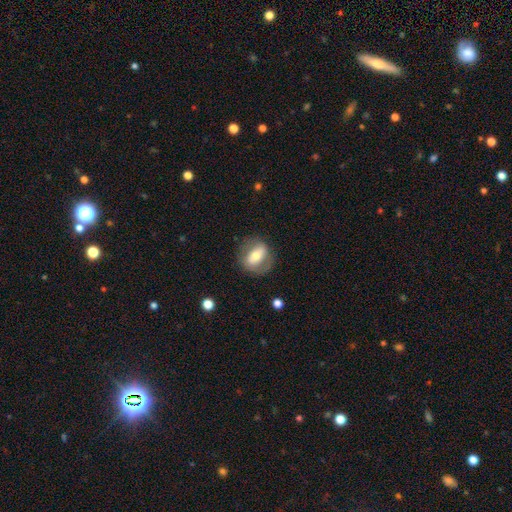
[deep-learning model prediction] A smooth galaxy with no disk features (48%). Merging: none (76%).